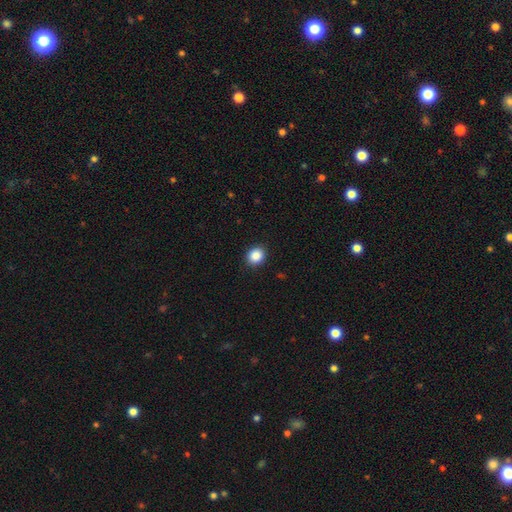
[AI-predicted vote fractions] smooth_or_featured: smooth (p=0.87) [alt: star or artifact p=0.09]
how_rounded: round (p=0.73) [alt: in between p=0.26]
merging: none (p=0.91) [alt: minor disturbance p=0.06]